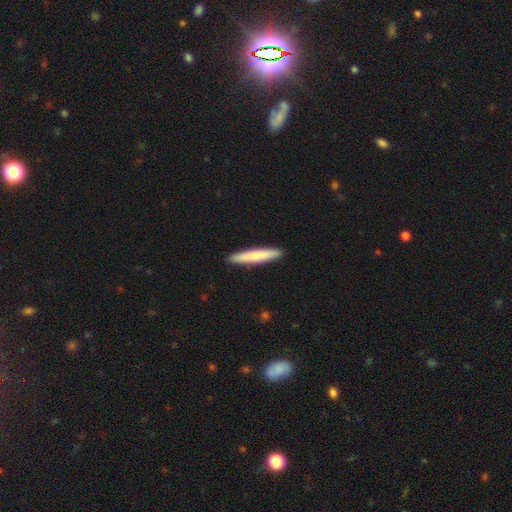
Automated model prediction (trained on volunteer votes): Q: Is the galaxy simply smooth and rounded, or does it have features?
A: smooth — 76%.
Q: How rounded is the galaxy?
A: cigar-shaped — 95%.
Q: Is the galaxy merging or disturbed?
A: none — 93%.